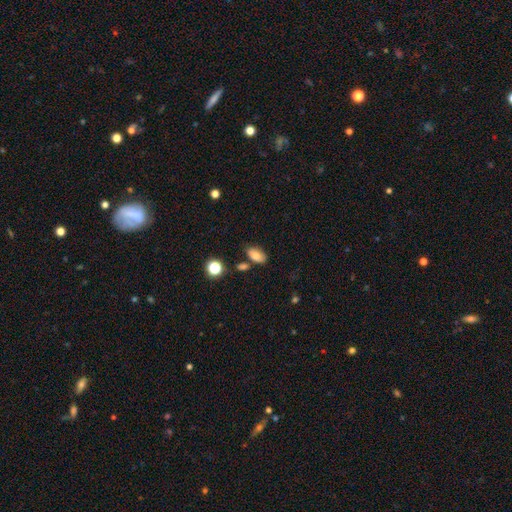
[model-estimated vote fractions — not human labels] A smooth galaxy with no disk features (81%) that is in between round and cigar-shaped (90%).

Vote fractions:
- Smooth or featured? smooth: 81% / star or artifact: 10% / featured or disk: 9%
- How rounded? in between: 90% / round: 8% / cigar-shaped: 2%
- Merging? none: 72% / minor disturbance: 15% / merger: 9% / major disturbance: 4%